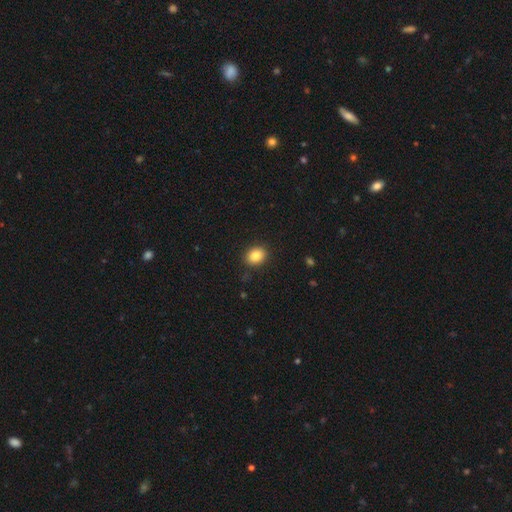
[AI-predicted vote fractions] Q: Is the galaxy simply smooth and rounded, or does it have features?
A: smooth — 85%.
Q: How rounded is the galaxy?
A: in between — 50%.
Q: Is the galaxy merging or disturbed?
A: none — 89%.